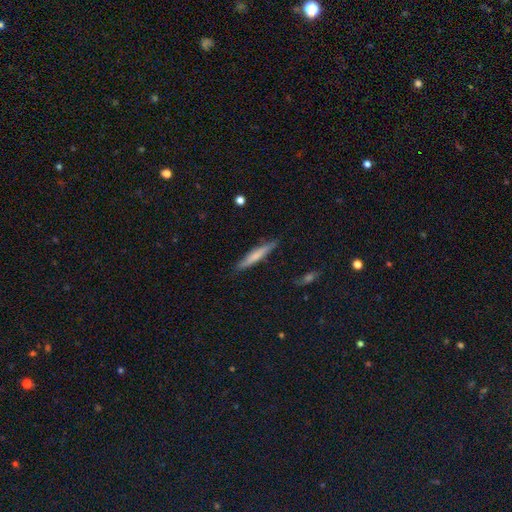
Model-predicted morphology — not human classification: Q: Smooth or featured?
A: smooth (64%); runner-up: featured or disk (30%)
Q: How rounded?
A: cigar-shaped (92%); runner-up: in between (6%)
Q: Merging?
A: none (86%); runner-up: minor disturbance (11%)